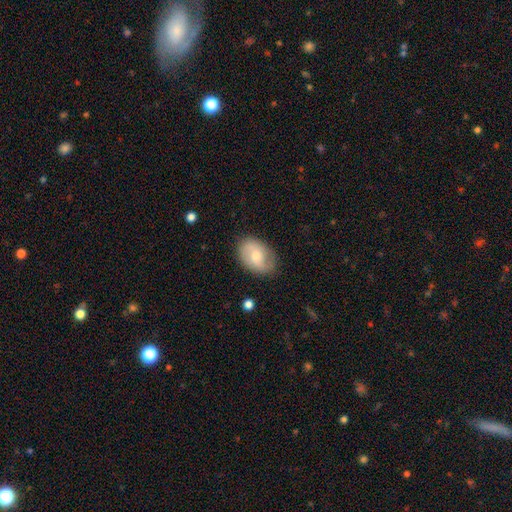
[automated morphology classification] Q: Smooth or featured?
A: smooth (48%); runner-up: featured or disk (45%)
Q: Merging?
A: none (80%); runner-up: minor disturbance (15%)